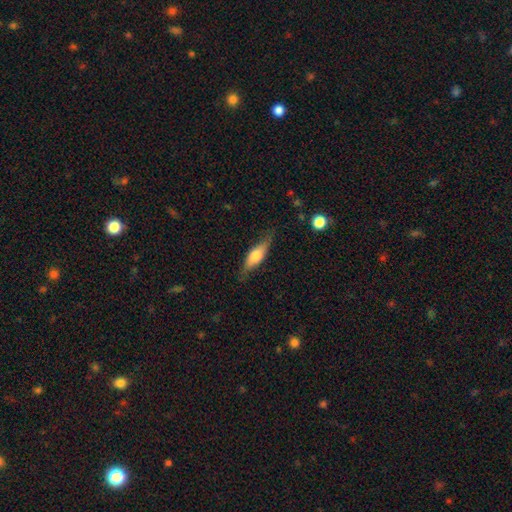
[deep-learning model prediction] Q: Smooth or featured?
A: smooth (61%); runner-up: featured or disk (33%)
Q: How rounded?
A: in between (55%); runner-up: cigar-shaped (42%)
Q: Merging?
A: none (74%); runner-up: minor disturbance (20%)